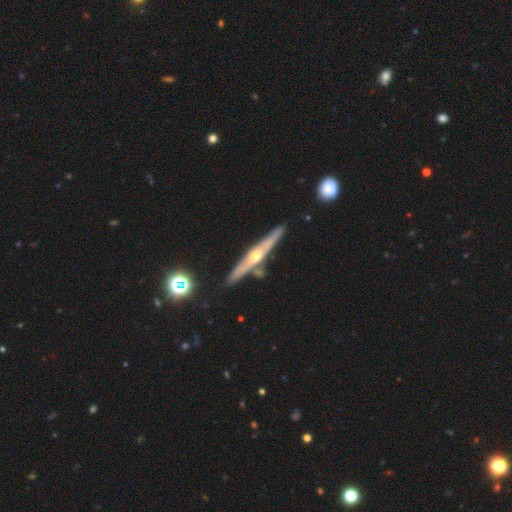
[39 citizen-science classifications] A featured or disk galaxy (67%) viewed edge-on (85%) with a rounded central bulge (95%).

Vote fractions:
- Smooth or featured? featured or disk: 67% / smooth: 23% / star or artifact: 10%
- Edge-on disk? yes: 85% / no: 15%
- Edge-on bulge? rounded: 95% / none: 5% / boxy: 0%
- Merging? none: 77% / minor disturbance: 11% / major disturbance: 9% / merger: 3%